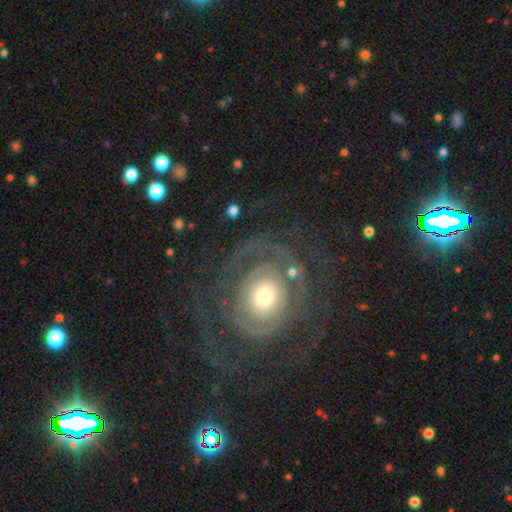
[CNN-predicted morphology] This is likely a featured or disk galaxy (73%). It is clearly not viewed edge-on (96%). Bar: likely no (77%). Spiral arm pattern: likely yes (74%). Spiral arm count: marginally can't tell (42%). Spiral winding: likely tight (69%). Central bulge: possibly moderate (54%). Merging: likely none (73%).